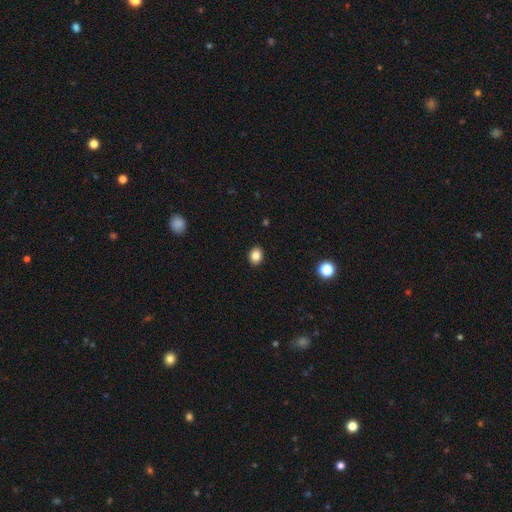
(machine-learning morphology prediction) The model was most divided on "how rounded": round: 58%, in between: 41%, cigar-shaped: 1%. More confident: merging — none (91%); smooth or featured — smooth (85%).